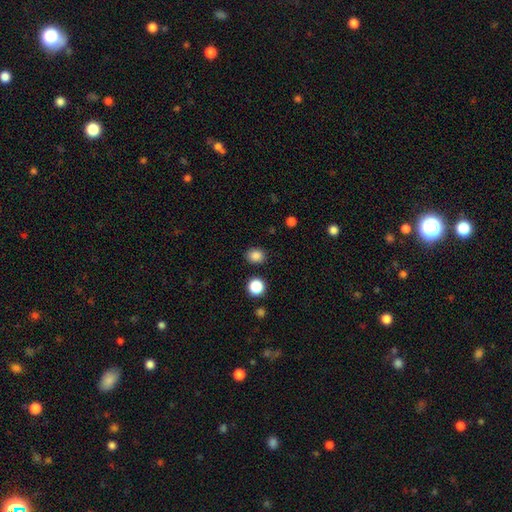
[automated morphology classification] Q: Smooth or featured?
A: smooth (85%); runner-up: star or artifact (11%)
Q: How rounded?
A: round (63%); runner-up: in between (36%)
Q: Merging?
A: none (87%); runner-up: minor disturbance (8%)